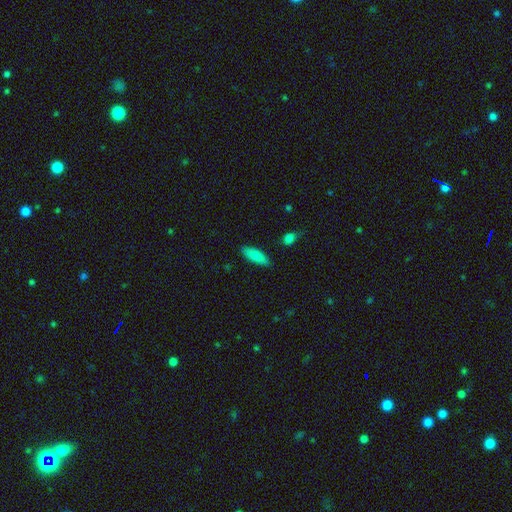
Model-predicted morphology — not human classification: This appears to be a smooth galaxy with no disk features (84%) that is in between round and cigar-shaped (63%). Merging: none (84%).